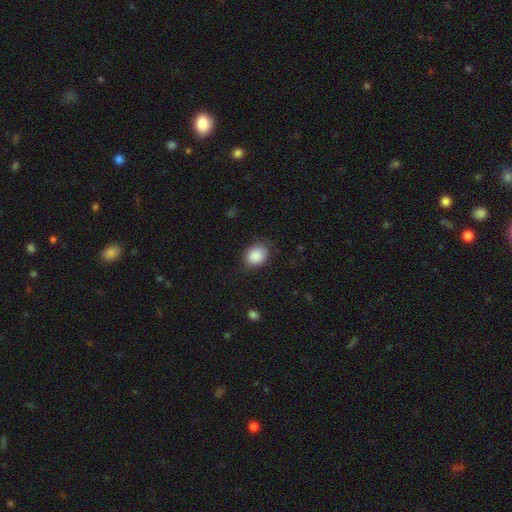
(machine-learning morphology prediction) type=smooth (88%); roundness=round (51%); merging=none (77%).